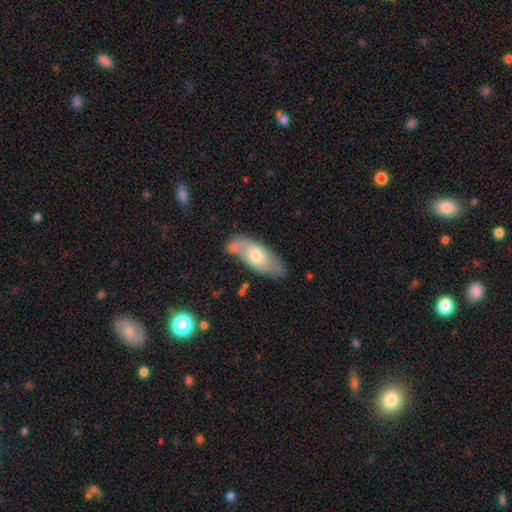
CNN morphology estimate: The model was most divided on "smooth or featured": smooth: 61%, featured or disk: 34%, star or artifact: 6%. More confident: how rounded — in between (84%); merging — none (65%).